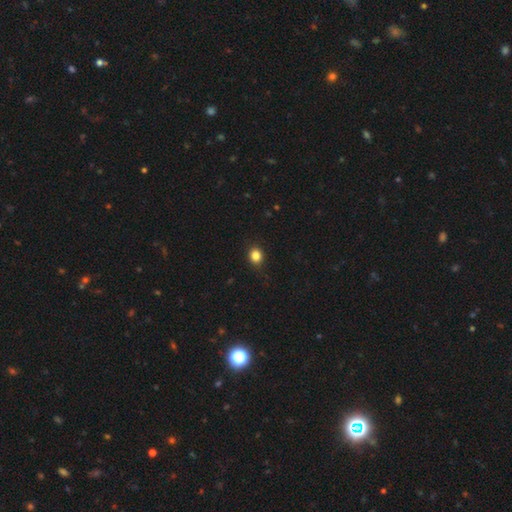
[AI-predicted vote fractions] Q: Smooth or featured?
A: smooth (84%); runner-up: star or artifact (12%)
Q: How rounded?
A: round (73%); runner-up: in between (26%)
Q: Merging?
A: none (86%); runner-up: minor disturbance (11%)